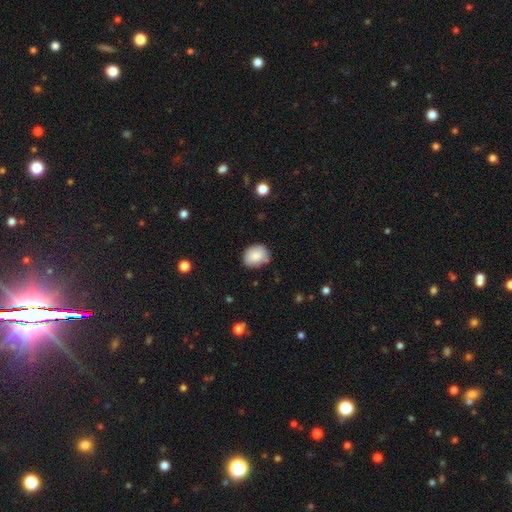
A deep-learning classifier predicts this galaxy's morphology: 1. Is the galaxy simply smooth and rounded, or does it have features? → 86% smooth, 8% star or artifact, 6% featured or disk.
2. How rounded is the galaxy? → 54% round, 45% in between, 1% cigar-shaped.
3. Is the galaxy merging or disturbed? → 74% none, 21% minor disturbance, 3% major disturbance, 2% merger.